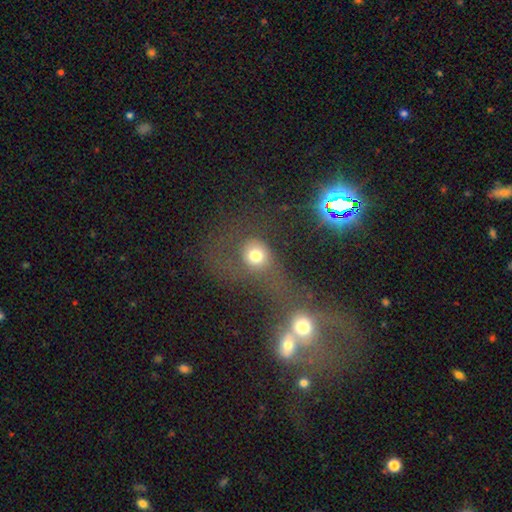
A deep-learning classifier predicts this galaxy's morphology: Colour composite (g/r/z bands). It shows a smooth galaxy with no disk features (68%) that is round (76%). Merging: none (36%).